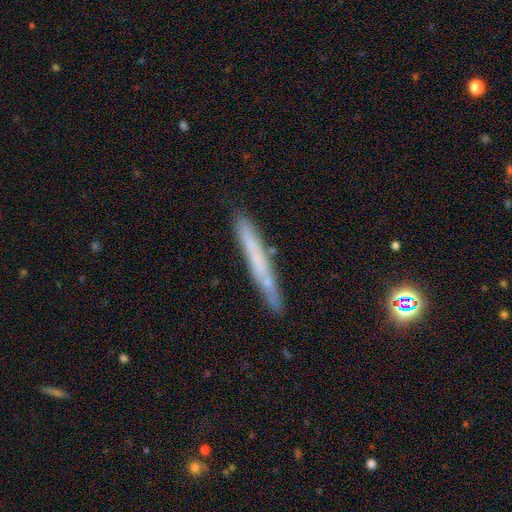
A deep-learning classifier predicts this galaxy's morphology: smooth-or-featured: smooth: 53% | featured or disk: 39% | star or artifact: 8%
  how-rounded: cigar-shaped: 96% | in between: 3% | round: 1%
  merging: none: 82% | minor disturbance: 13% | merger: 3% | major disturbance: 2%